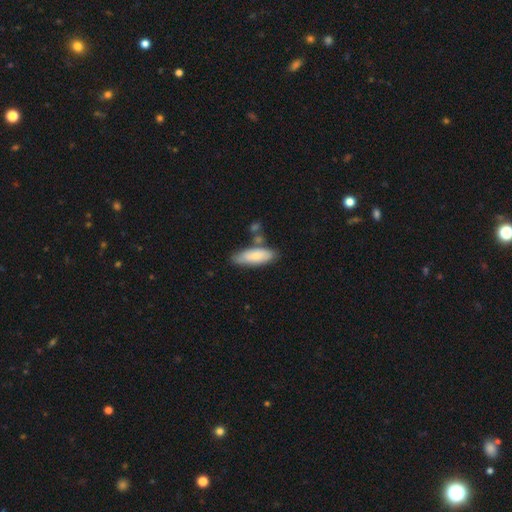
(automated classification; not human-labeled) Overall: smooth (75%). How rounded: in between (66%; cigar-shaped 32%). Merging: none (64%).